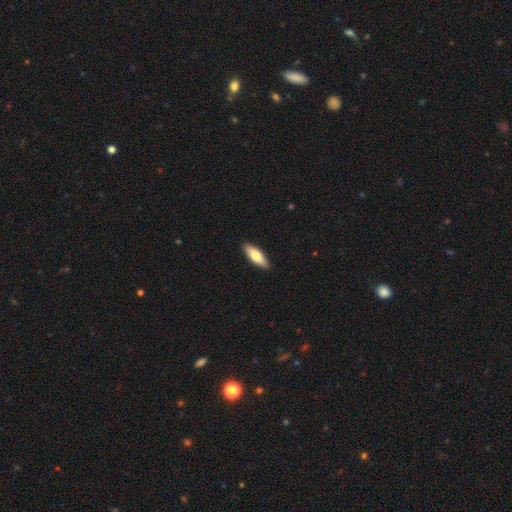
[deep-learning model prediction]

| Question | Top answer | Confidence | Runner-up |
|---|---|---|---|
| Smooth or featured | smooth | 73% | featured or disk (22%) |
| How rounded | in between | 60% | cigar-shaped (38%) |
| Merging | none | 89% | minor disturbance (8%) |